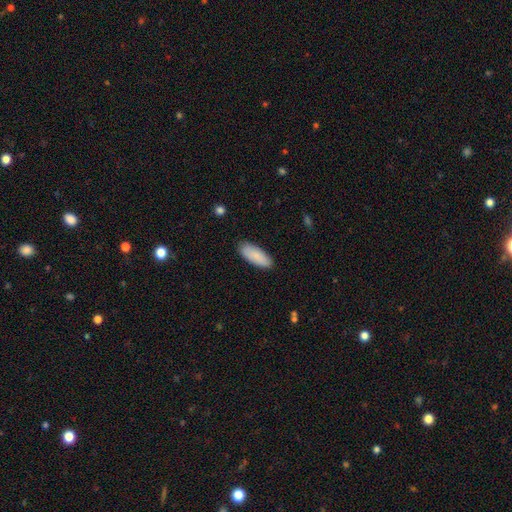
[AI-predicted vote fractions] smooth 87%, featured or disk 7%, star or artifact 6%. Down the decision tree: how rounded — in between (73%); merging — none (87%).